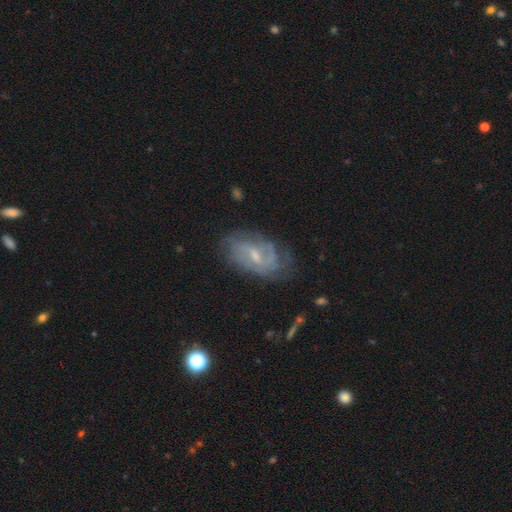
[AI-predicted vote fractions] featured or disk 76%, smooth 17%, star or artifact 8%. Down the decision tree: edge-on disk — no (95%); bar — weak (58%); spiral arms — yes (86%); spiral arm count — can't tell (41%); spiral winding — tight (45%); bulge size — small (50%); merging — none (66%).